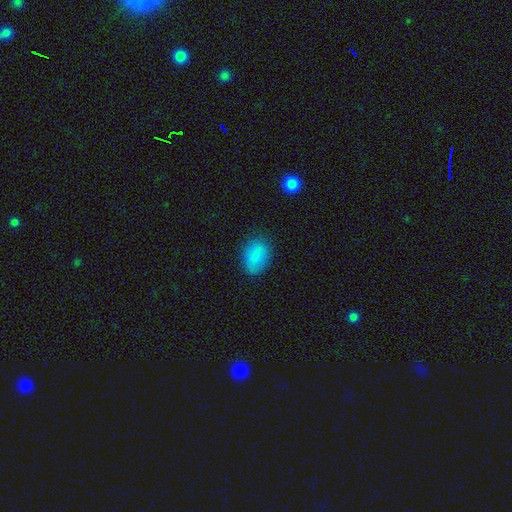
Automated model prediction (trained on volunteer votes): Q: Smooth or featured?
A: smooth (85%); runner-up: star or artifact (9%)
Q: How rounded?
A: in between (75%); runner-up: round (24%)
Q: Merging?
A: none (83%); runner-up: minor disturbance (13%)